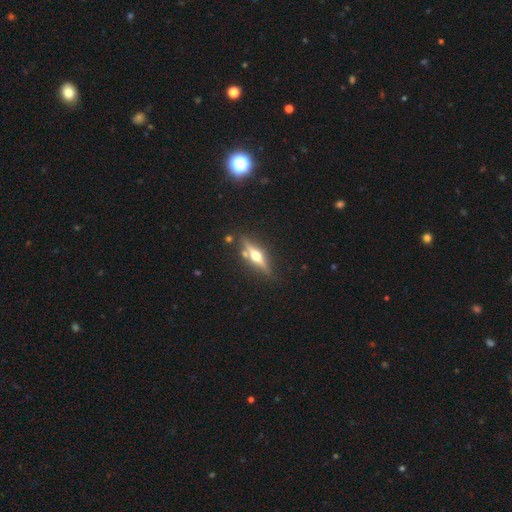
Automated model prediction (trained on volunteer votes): Morphology: type=featured or disk (74%); edge-on=yes (96%); edge-on bulge=rounded (96%); merging=none (83%).